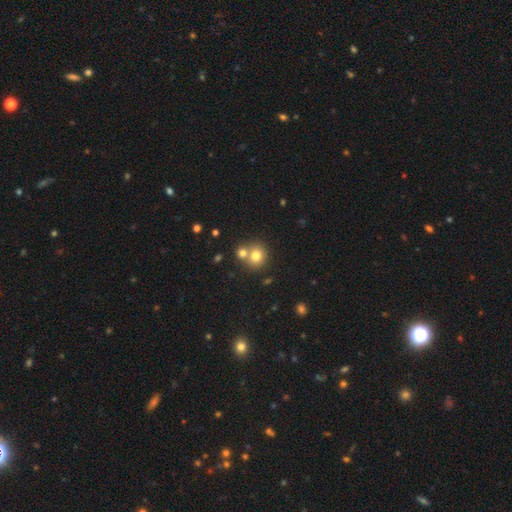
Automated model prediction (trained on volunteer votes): Smooth or featured: smooth — 77% (star or artifact — 12%)
How rounded: round — 84% (in between — 15%)
Merging: none — 52% (merger — 39%)